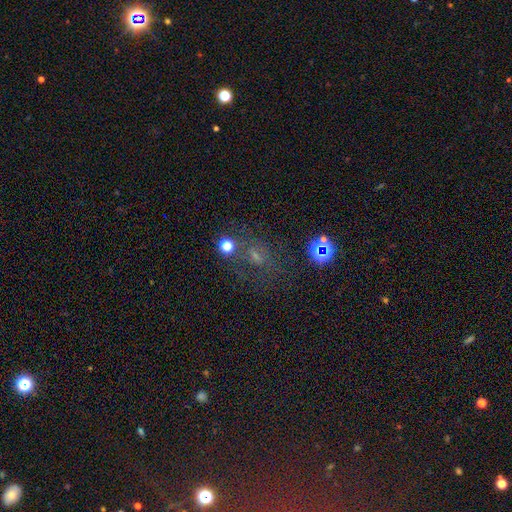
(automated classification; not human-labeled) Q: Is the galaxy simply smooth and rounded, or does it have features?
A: star or artifact — 51%.